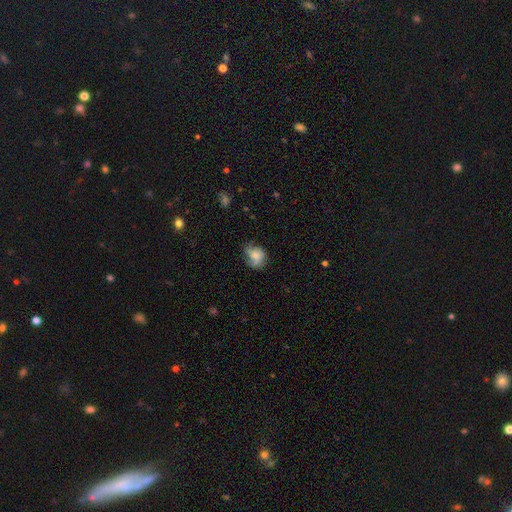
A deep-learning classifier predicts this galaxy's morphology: smooth-or-featured: smooth: 58% | featured or disk: 32% | star or artifact: 10%
  how-rounded: in between: 52% | round: 46% | cigar-shaped: 1%
  merging: none: 45% | minor disturbance: 29% | major disturbance: 23% | merger: 3%